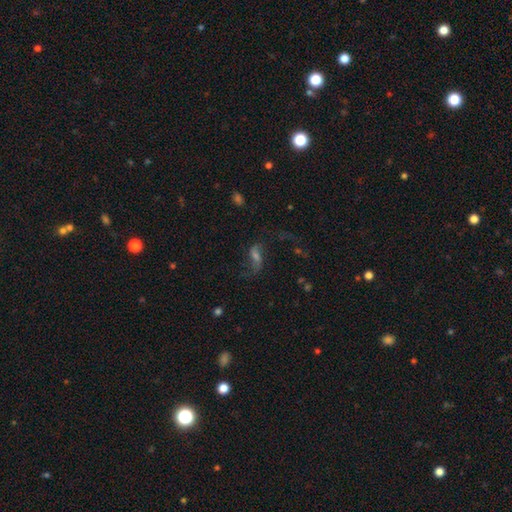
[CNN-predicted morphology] Smooth or featured?
  - featured or disk: 66% *
  - smooth: 18%
  - star or artifact: 16%
Edge-on disk?
  - no: 91% *
  - yes: 9%
Bar?
  - weak: 46% *
  - no: 31%
  - strong: 23%
Spiral arms?
  - yes: 89% *
  - no: 11%
Spiral winding?
  - loose: 84% *
  - medium: 13%
  - tight: 3%
Spiral arm count?
  - 2: 87% *
  - 1: 6%
  - can't tell: 4%
  - 3: 1%
  - 4: 1%
  - more than 4: 1%
Bulge size?
  - small: 40% *
  - moderate: 35%
  - none: 16%
  - large: 7%
  - dominant: 2%
Merging?
  - none: 61% *
  - major disturbance: 20%
  - minor disturbance: 16%
  - merger: 3%